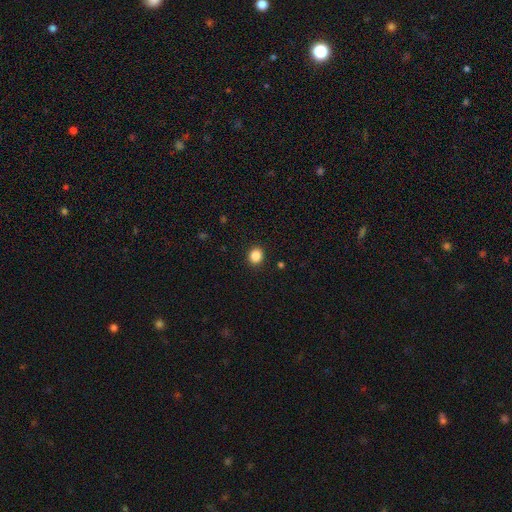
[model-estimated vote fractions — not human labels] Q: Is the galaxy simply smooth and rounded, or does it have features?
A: smooth — 86%.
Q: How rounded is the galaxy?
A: round — 76%.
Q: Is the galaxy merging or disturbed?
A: none — 92%.